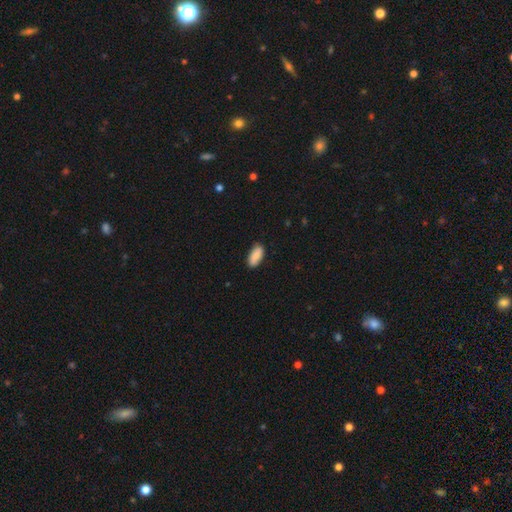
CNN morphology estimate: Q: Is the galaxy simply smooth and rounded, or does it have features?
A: smooth — 87%.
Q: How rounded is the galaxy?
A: in between — 87%.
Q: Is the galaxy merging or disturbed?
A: none — 84%.